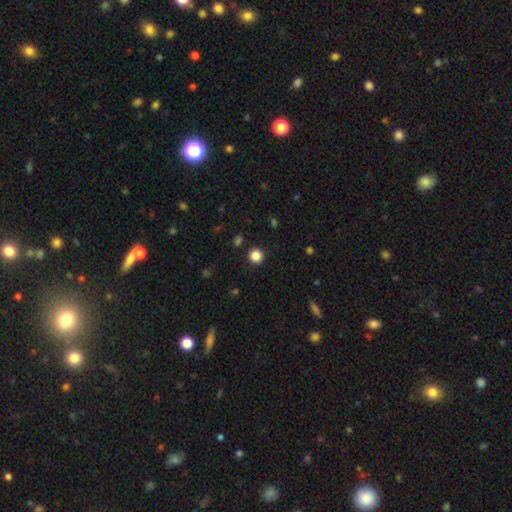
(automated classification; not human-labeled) This appears to be a smooth galaxy with no disk features (86%) that is round (94%). Merging: none (92%).